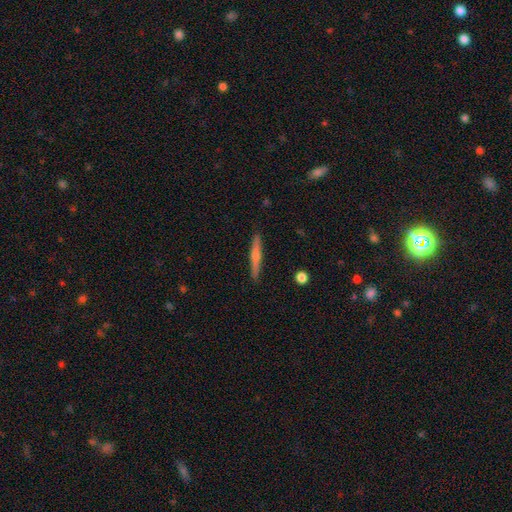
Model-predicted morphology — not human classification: Overall: smooth (51%; featured or disk 43%). How rounded: cigar-shaped (94%). Merging: none (90%).